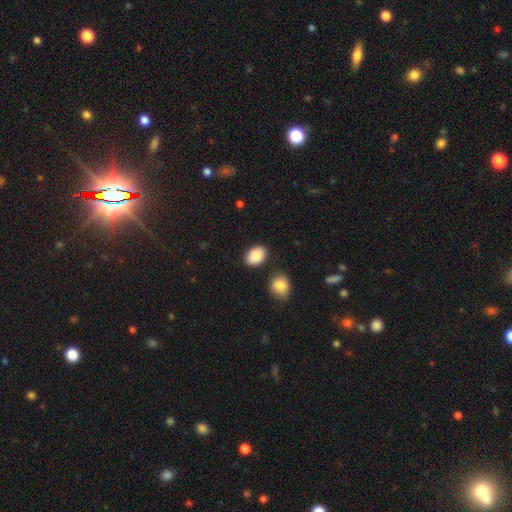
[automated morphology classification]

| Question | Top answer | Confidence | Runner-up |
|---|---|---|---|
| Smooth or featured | smooth | 90% | star or artifact (7%) |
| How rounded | in between | 81% | round (18%) |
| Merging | none | 81% | minor disturbance (11%) |